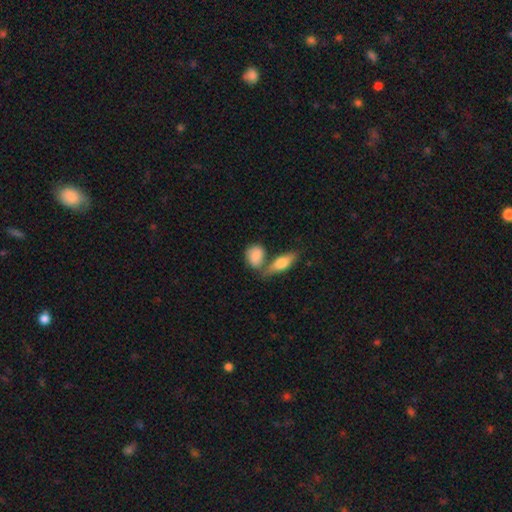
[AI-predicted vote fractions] Q: Smooth or featured?
A: smooth (84%); runner-up: featured or disk (10%)
Q: How rounded?
A: in between (70%); runner-up: round (24%)
Q: Merging?
A: none (42%); runner-up: merger (36%)